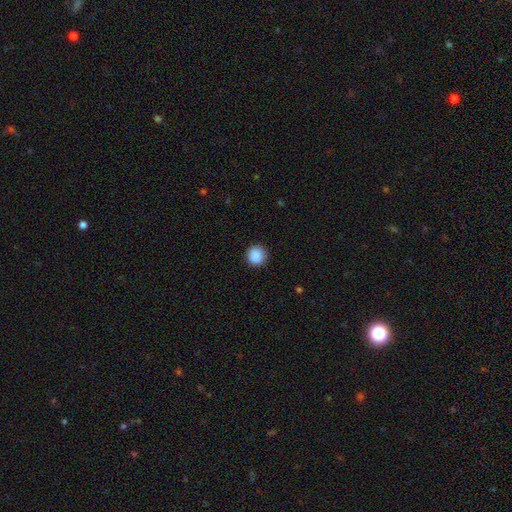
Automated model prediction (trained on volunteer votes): Smooth or featured: smooth — 89% (star or artifact — 8%)
How rounded: round — 94% (in between — 5%)
Merging: none — 91% (minor disturbance — 6%)